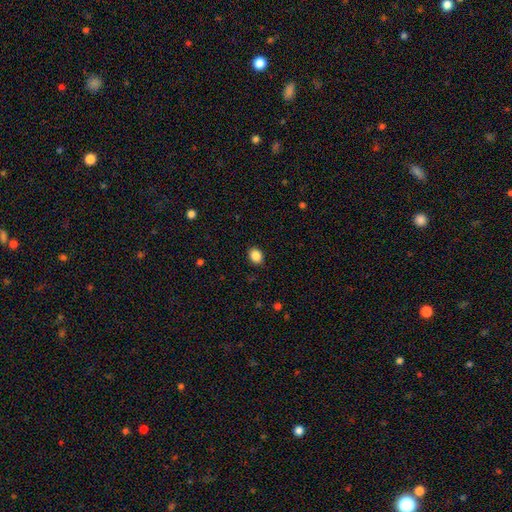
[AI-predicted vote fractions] smooth 87%, star or artifact 10%, featured or disk 3%. Down the decision tree: how rounded — round (51%); merging — none (90%).